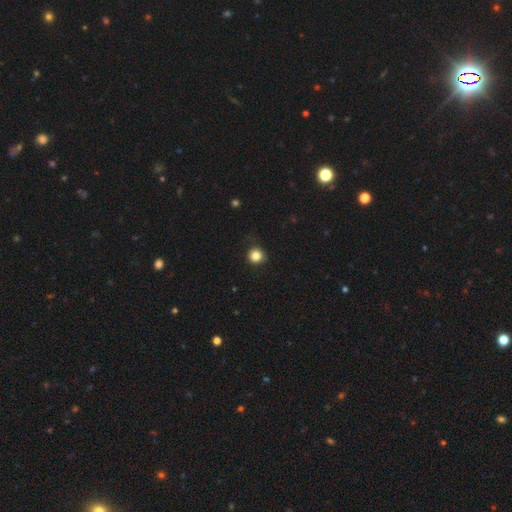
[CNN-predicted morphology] Smooth or featured: smooth — 84% (star or artifact — 11%)
How rounded: round — 93% (in between — 6%)
Merging: none — 84% (minor disturbance — 12%)